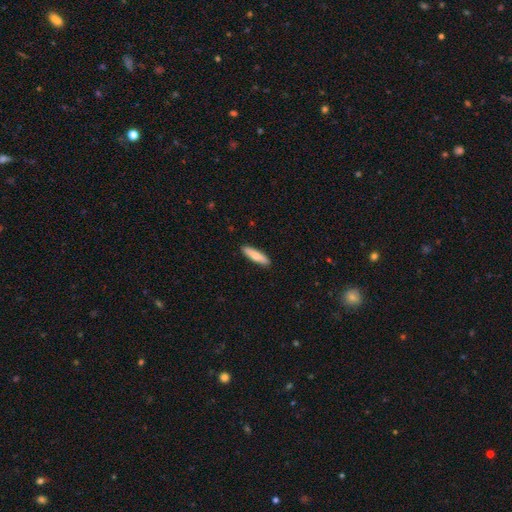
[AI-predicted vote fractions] Smooth or featured?
  - smooth: 73% *
  - featured or disk: 22%
  - star or artifact: 5%
How rounded?
  - cigar-shaped: 76% *
  - in between: 23%
  - round: 2%
Merging?
  - none: 91% *
  - minor disturbance: 7%
  - major disturbance: 1%
  - merger: 1%